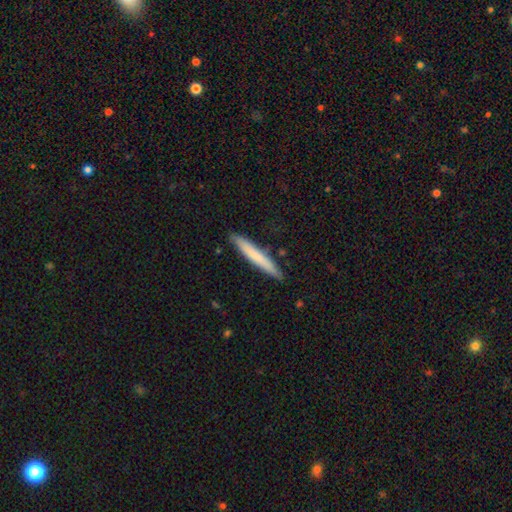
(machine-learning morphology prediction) smooth_or_featured: smooth (p=0.71) [alt: featured or disk p=0.24]
how_rounded: cigar-shaped (p=0.95) [alt: in between p=0.04]
merging: none (p=0.87) [alt: minor disturbance p=0.10]